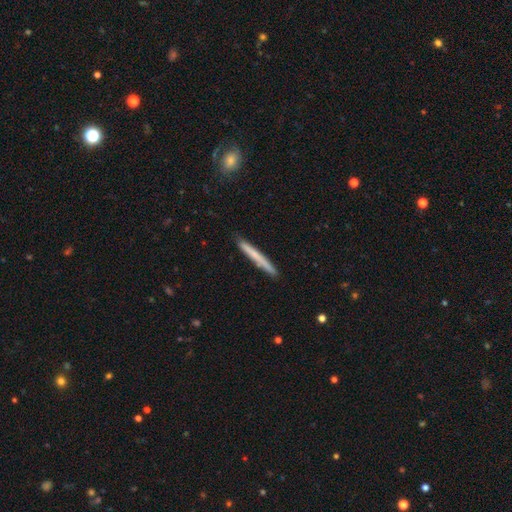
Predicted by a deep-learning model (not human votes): smooth-or-featured: smooth: 62% | featured or disk: 32% | star or artifact: 6%
  how-rounded: cigar-shaped: 97% | in between: 2% | round: 1%
  merging: none: 90% | minor disturbance: 8% | major disturbance: 1% | merger: 1%